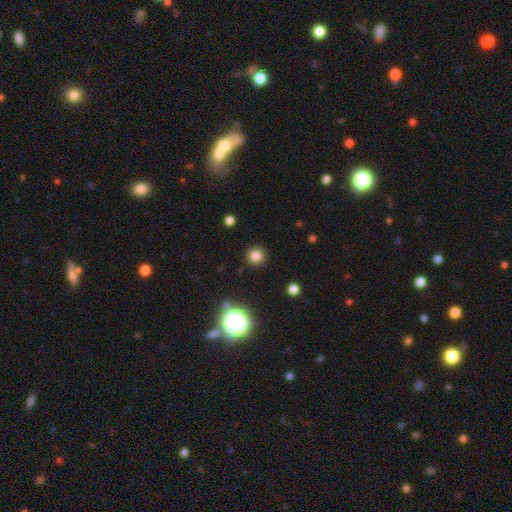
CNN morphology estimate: Smooth or featured? Predicted: smooth (p=0.79). How rounded? Predicted: round (p=0.94). Merging? Predicted: none (p=0.90).